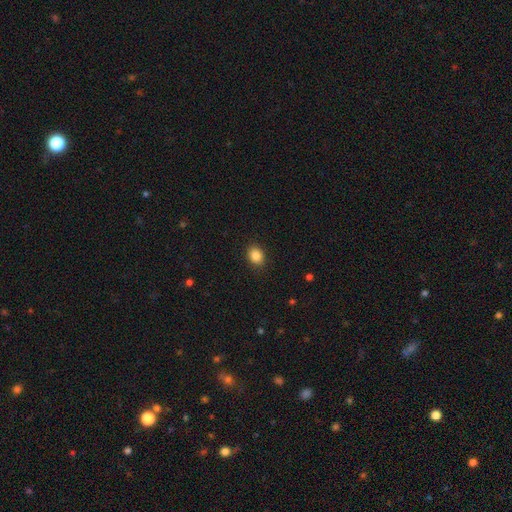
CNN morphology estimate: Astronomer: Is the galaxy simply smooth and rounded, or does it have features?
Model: smooth — 86%.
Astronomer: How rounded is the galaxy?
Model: in between — 50% (runner-up: round, 49%).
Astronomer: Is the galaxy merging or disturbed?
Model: none — 89%.